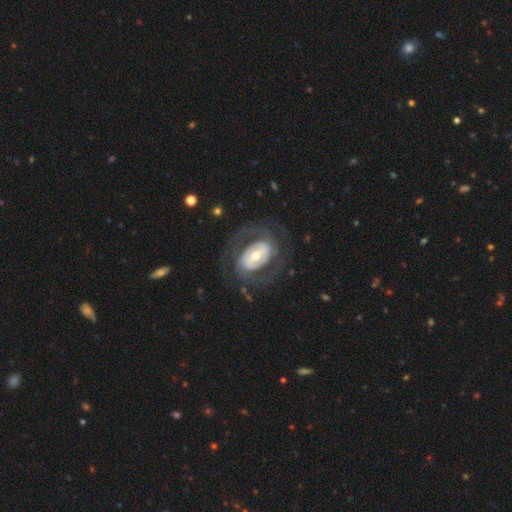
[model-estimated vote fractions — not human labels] Overall: featured or disk (81%). Edge-on disk: no (95%). Bar: strong (38%; weak 37%). Spiral arms: yes (81%). Spiral arm count: 2 (74%). Spiral winding: medium (42%; tight 38%). Bulge size: moderate (58%; small 30%). Merging: none (70%).